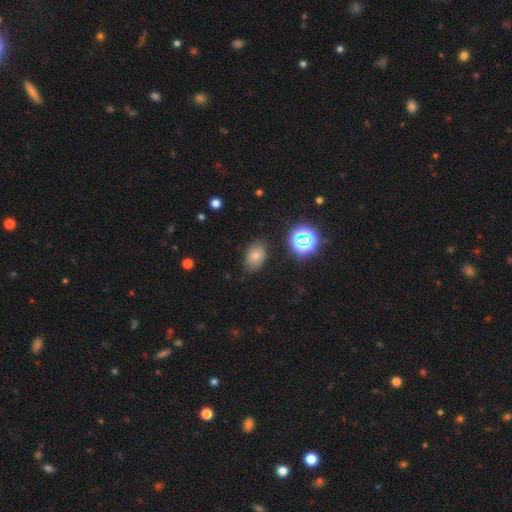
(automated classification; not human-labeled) Overall: smooth (73%). How rounded: in between (81%). Merging: none (81%).